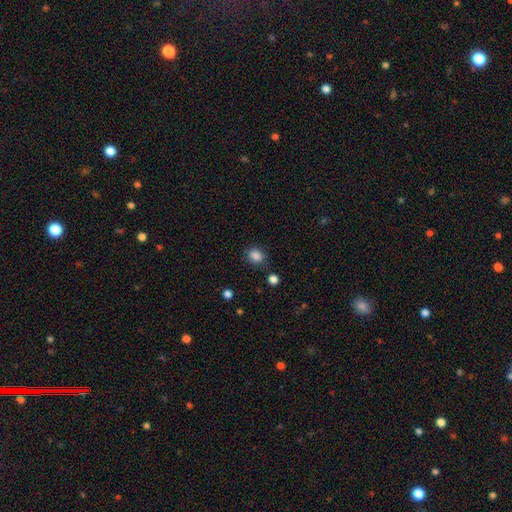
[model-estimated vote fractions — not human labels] The model was most divided on "how rounded": in between: 51%, round: 48%, cigar-shaped: 1%. More confident: smooth or featured — smooth (85%); merging — none (77%).